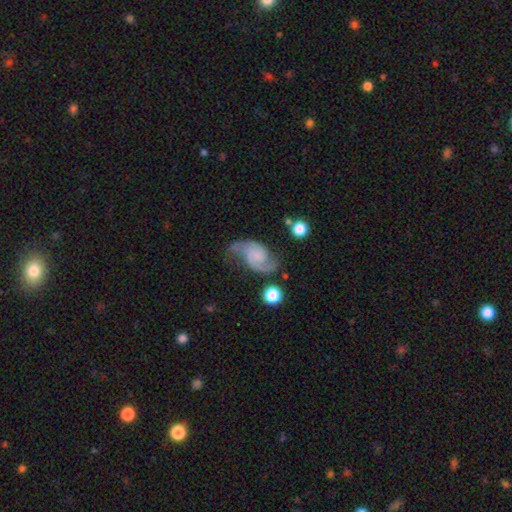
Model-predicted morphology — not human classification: smooth_or_featured: featured or disk (p=0.83) [alt: smooth p=0.11]
disk_edge_on: no (p=0.97) [alt: yes p=0.03]
bar: no (p=0.60) [alt: weak p=0.33]
has_spiral_arms: yes (p=0.96) [alt: no p=0.04]
spiral_winding: medium (p=0.46) [alt: loose p=0.37]
spiral_arm_count: 2 (p=0.92) [alt: can't tell p=0.03]
bulge_size: none (p=0.42) [alt: small p=0.37]
merging: none (p=0.62) [alt: minor disturbance p=0.23]